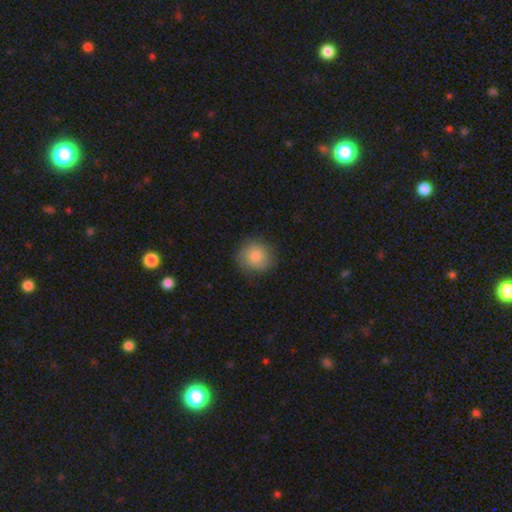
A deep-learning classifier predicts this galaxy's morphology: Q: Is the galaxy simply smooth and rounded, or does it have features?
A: smooth — 83%.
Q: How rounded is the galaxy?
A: round — 89%.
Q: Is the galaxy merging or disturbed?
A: none — 82%.